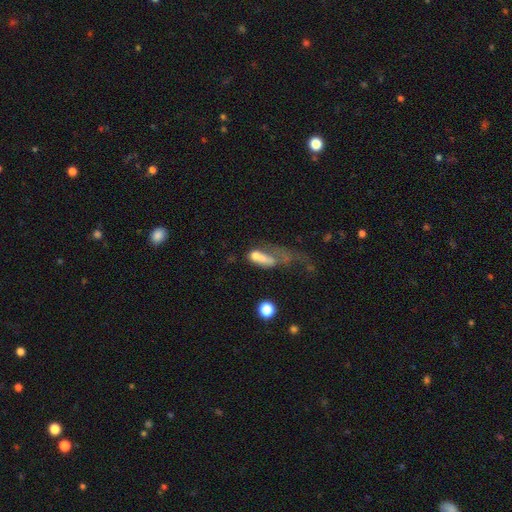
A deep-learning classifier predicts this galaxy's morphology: Smooth or featured?
  - smooth: 55% *
  - featured or disk: 32%
  - star or artifact: 13%
How rounded?
  - in between: 65% *
  - cigar-shaped: 23%
  - round: 12%
Merging?
  - major disturbance: 42% *
  - merger: 35%
  - none: 13%
  - minor disturbance: 10%